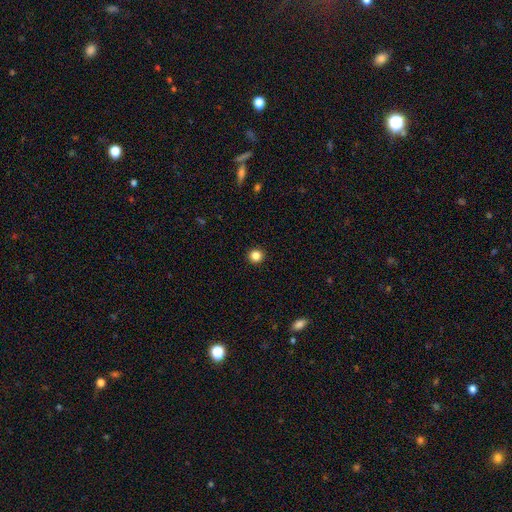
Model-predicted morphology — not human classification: Smooth or featured? Predicted: smooth (p=0.85). How rounded? Predicted: round (p=0.95). Merging? Predicted: none (p=0.93).